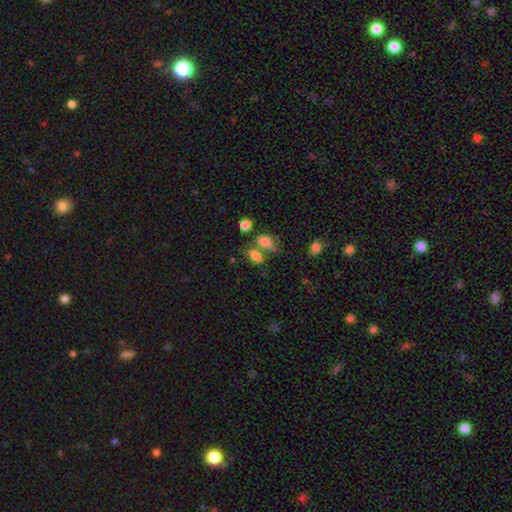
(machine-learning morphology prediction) Smooth or featured? smooth (80%)
How rounded? in between (87%)
Merging? none (45%)